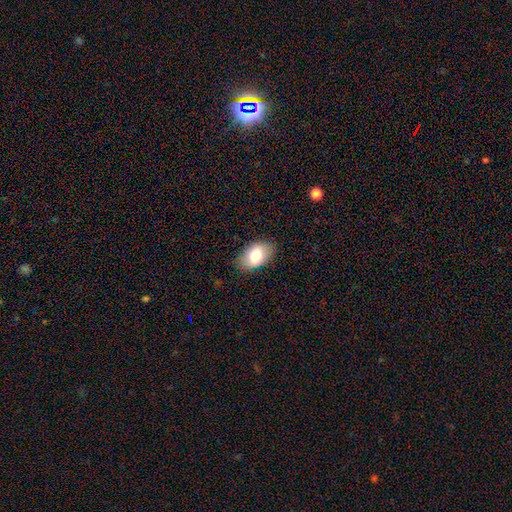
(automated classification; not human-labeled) smooth_or_featured: smooth (p=0.77) [alt: featured or disk p=0.16]
how_rounded: in between (p=0.92) [alt: round p=0.07]
merging: none (p=0.85) [alt: minor disturbance p=0.12]